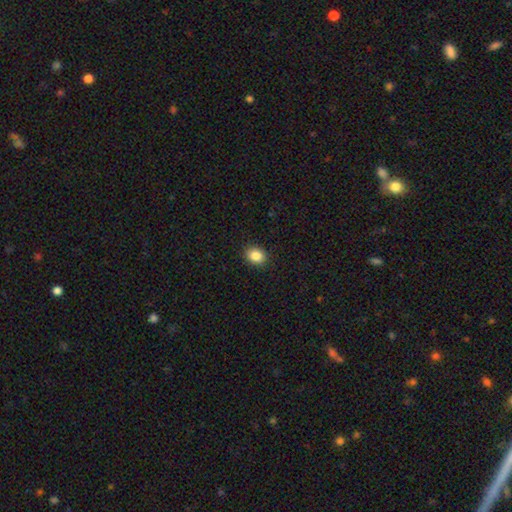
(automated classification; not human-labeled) A smooth galaxy with no disk features (86%) that is in between round and cigar-shaped (52%).

Vote fractions:
- Smooth or featured? smooth: 86% / star or artifact: 9% / featured or disk: 5%
- How rounded? in between: 52% / round: 47% / cigar-shaped: 1%
- Merging? none: 90% / minor disturbance: 7% / major disturbance: 2% / merger: 1%